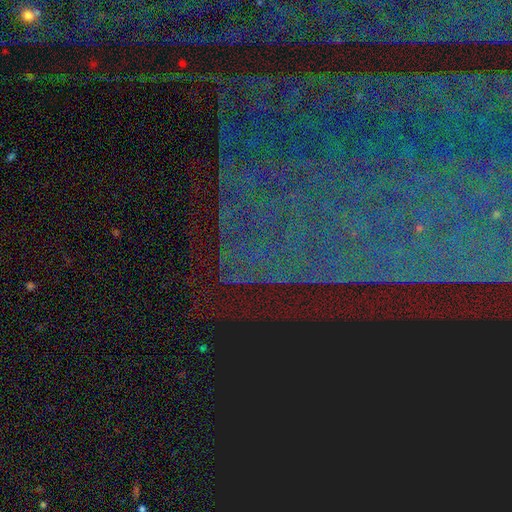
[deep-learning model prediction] This appears to be a star or artifact, not a galaxy (85%).